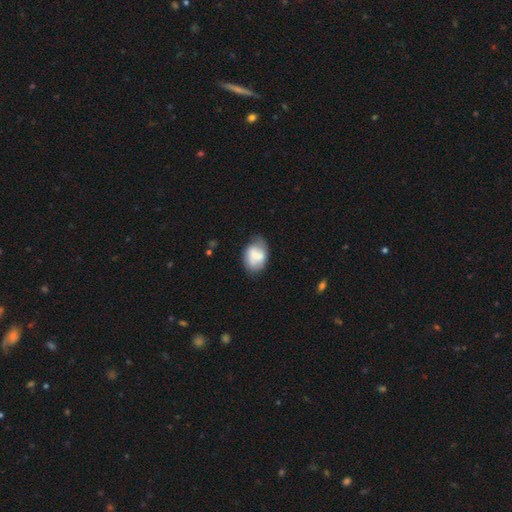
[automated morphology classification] Smooth or featured? Predicted: smooth (p=0.65). How rounded? Predicted: in between (p=0.78). Merging? Predicted: none (p=0.55).